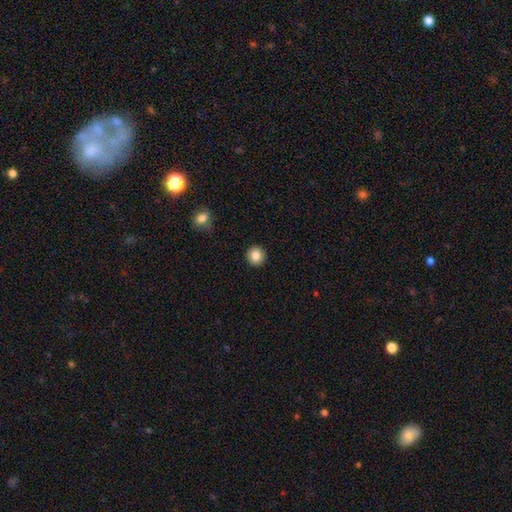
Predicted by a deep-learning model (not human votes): Morphology: type=smooth (85%); roundness=round (94%); merging=none (93%).